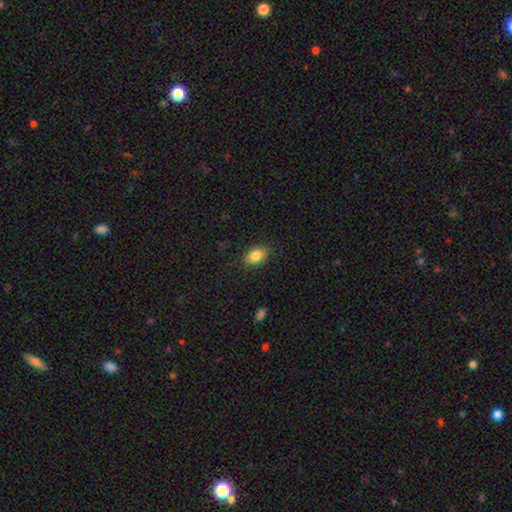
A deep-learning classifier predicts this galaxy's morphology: Overall: smooth (85%). How rounded: in between (79%). Merging: none (86%).